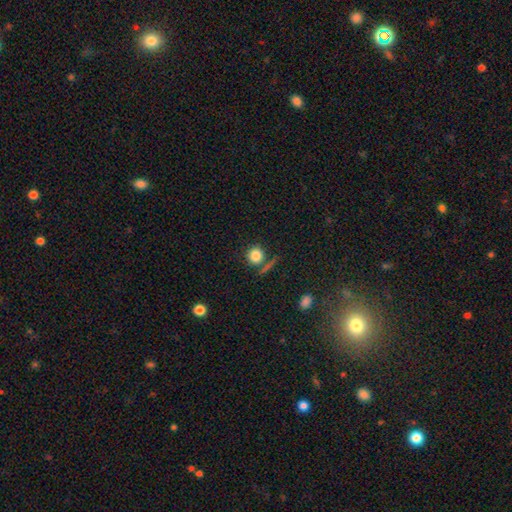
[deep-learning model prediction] This is clearly a smooth galaxy (82%). How rounded: clearly round (89%). Merging: likely none (75%).